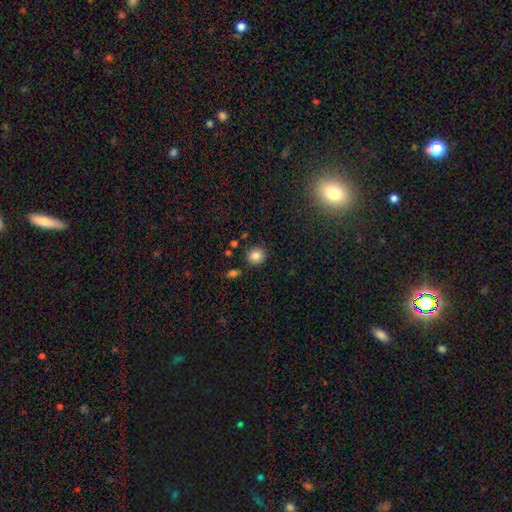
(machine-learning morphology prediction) This is clearly a smooth galaxy (85%). How rounded: clearly round (86%). Merging: clearly none (85%).